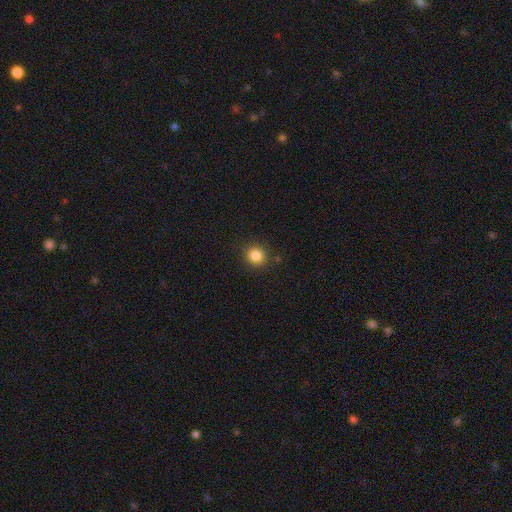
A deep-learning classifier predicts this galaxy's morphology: This appears to be a smooth galaxy with no disk features (84%) that is round (87%). Merging: none (88%).